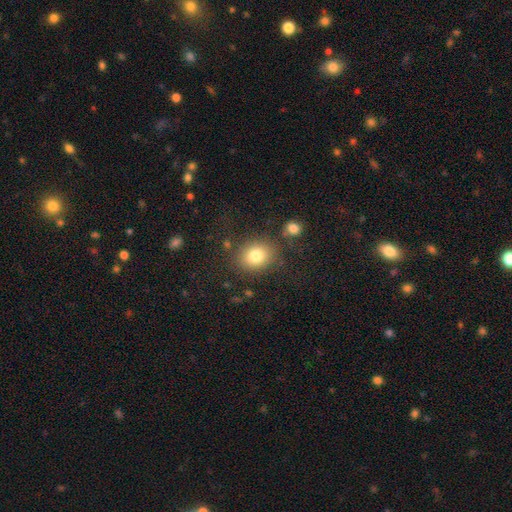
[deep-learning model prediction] Smooth or featured?
  - smooth: 79% *
  - star or artifact: 11%
  - featured or disk: 10%
How rounded?
  - round: 59% *
  - in between: 40%
  - cigar-shaped: 1%
Merging?
  - none: 79% *
  - minor disturbance: 11%
  - merger: 5%
  - major disturbance: 5%